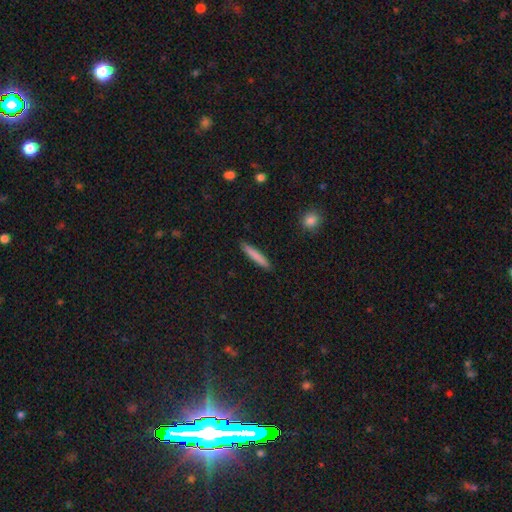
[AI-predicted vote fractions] The model was most divided on "smooth or featured": smooth: 81%, featured or disk: 13%, star or artifact: 6%. More confident: how rounded — cigar-shaped (93%); merging — none (90%).